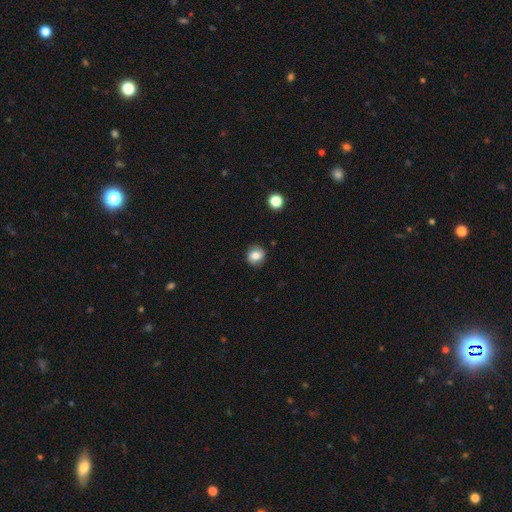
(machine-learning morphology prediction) Overall: smooth (78%). How rounded: round (74%). Merging: none (84%).